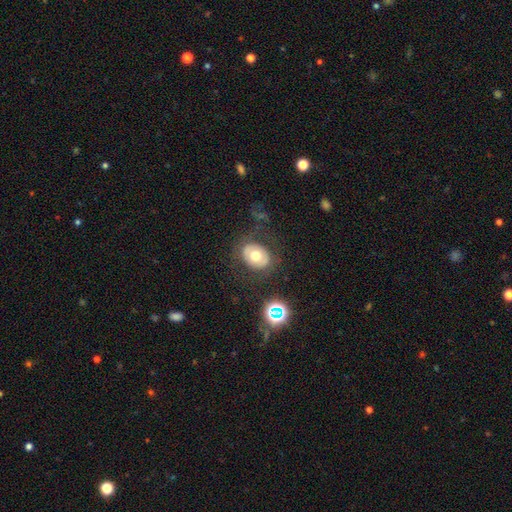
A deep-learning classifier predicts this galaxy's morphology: A smooth galaxy with no disk features (58%) that is in between round and cigar-shaped (54%). Merging: none (76%).